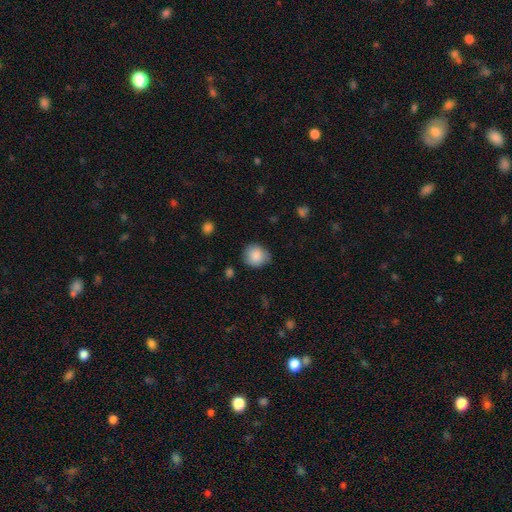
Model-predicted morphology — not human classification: Smooth or featured?
  - smooth: 87% *
  - star or artifact: 7%
  - featured or disk: 6%
How rounded?
  - round: 85% *
  - in between: 14%
  - cigar-shaped: 1%
Merging?
  - none: 76% *
  - minor disturbance: 18%
  - major disturbance: 4%
  - merger: 2%